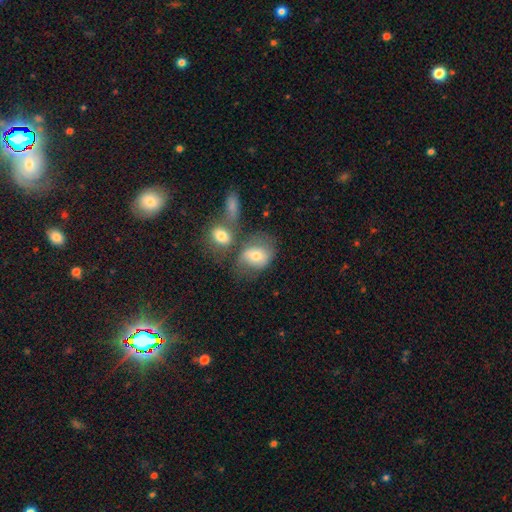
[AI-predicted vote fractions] A smooth galaxy with no disk features (66%) that is in between round and cigar-shaped (62%).

Vote fractions:
- Smooth or featured? smooth: 66% / featured or disk: 25% / star or artifact: 9%
- How rounded? in between: 62% / round: 37% / cigar-shaped: 2%
- Merging? none: 38% / merger: 33% / minor disturbance: 17% / major disturbance: 12%